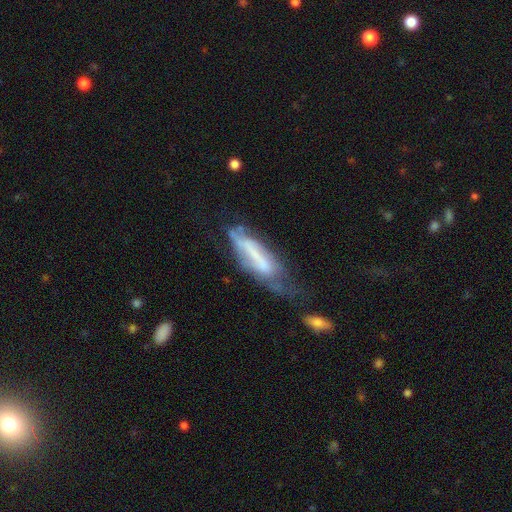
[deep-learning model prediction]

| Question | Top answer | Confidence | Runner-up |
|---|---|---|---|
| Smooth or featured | featured or disk | 53% | smooth (37%) |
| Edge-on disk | no | 68% | yes (32%) |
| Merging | major disturbance | 31% | tied: minor disturbance (31%) |